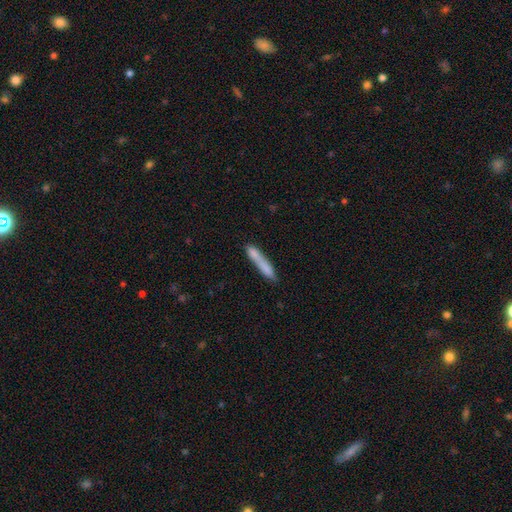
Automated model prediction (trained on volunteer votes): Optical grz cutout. It shows a smooth galaxy with no disk features (75%) that is cigar-shaped (89%). Merging: none (49%).